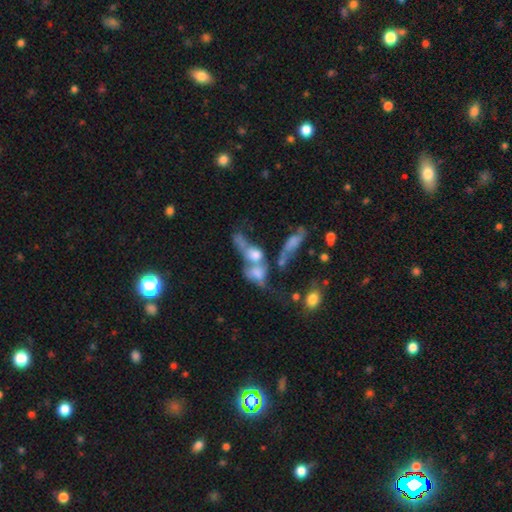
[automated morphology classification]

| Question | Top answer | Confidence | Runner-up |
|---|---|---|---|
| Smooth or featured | smooth | 48% | featured or disk (39%) |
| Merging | merger | 69% | major disturbance (13%) |